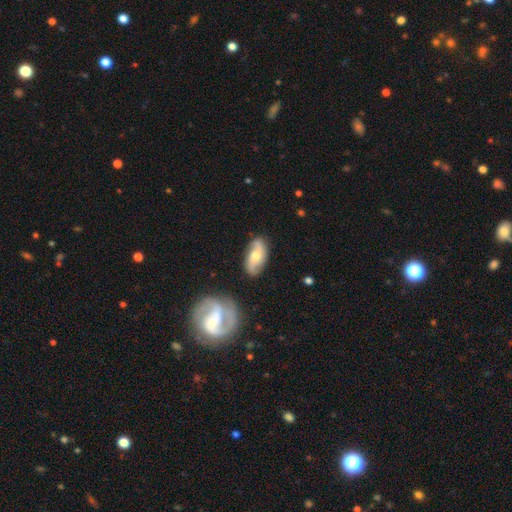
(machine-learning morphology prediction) smooth_or_featured: featured or disk (p=0.62) [alt: smooth p=0.32]
disk_edge_on: no (p=0.90) [alt: yes p=0.10]
bar: no (p=0.58) [alt: weak p=0.31]
has_spiral_arms: yes (p=0.86) [alt: no p=0.14]
bulge_size: moderate (p=0.65) [alt: small p=0.27]
merging: none (p=0.77) [alt: minor disturbance p=0.15]